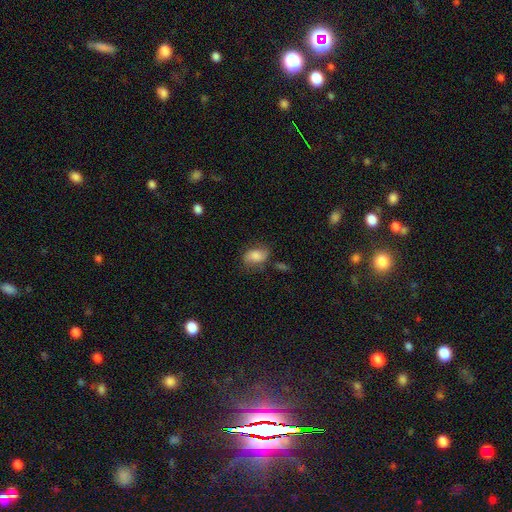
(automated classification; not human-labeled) A smooth galaxy with no disk features (69%) that is in between round and cigar-shaped (85%).

Vote fractions:
- Smooth or featured? smooth: 69% / featured or disk: 23% / star or artifact: 8%
- How rounded? in between: 85% / round: 13% / cigar-shaped: 2%
- Merging? none: 61% / minor disturbance: 25% / major disturbance: 9% / merger: 5%